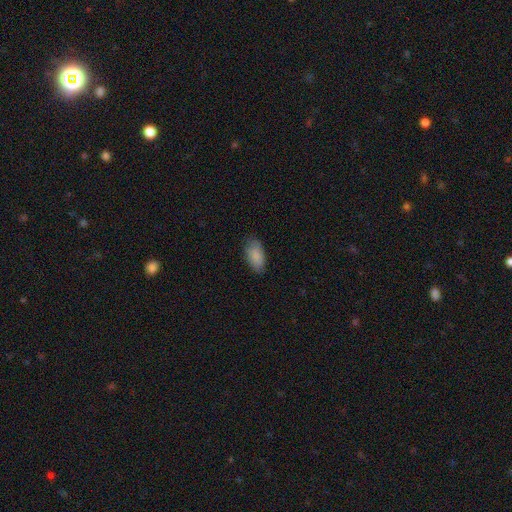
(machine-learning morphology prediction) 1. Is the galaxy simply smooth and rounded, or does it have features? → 87% smooth, 7% featured or disk, 6% star or artifact.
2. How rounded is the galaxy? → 93% in between, 4% cigar-shaped, 3% round.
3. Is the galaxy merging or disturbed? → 79% none, 17% minor disturbance, 3% major disturbance, 1% merger.